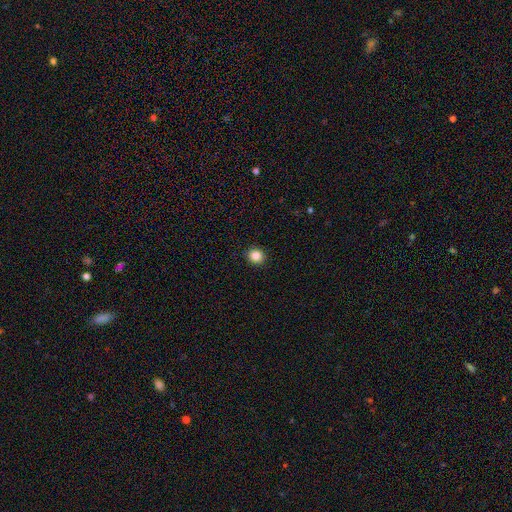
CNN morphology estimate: Smooth or featured?
  - smooth: 86% *
  - star or artifact: 10%
  - featured or disk: 4%
How rounded?
  - round: 86% *
  - in between: 13%
  - cigar-shaped: 1%
Merging?
  - none: 92% *
  - minor disturbance: 5%
  - major disturbance: 2%
  - merger: 1%